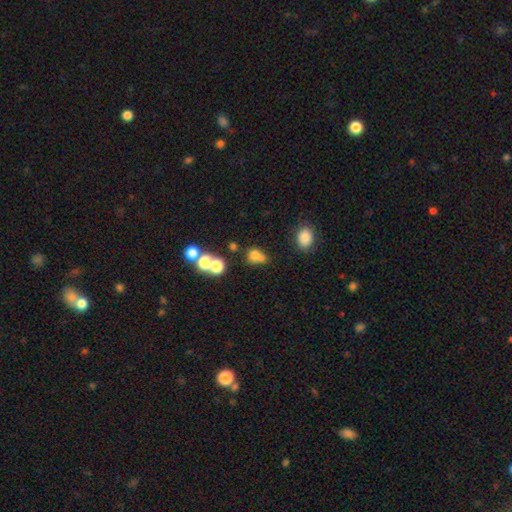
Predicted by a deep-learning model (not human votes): Smooth or featured? Predicted: smooth (p=0.70). How rounded? Predicted: round (p=0.64). Merging? Predicted: none (p=0.40, tied with merger).